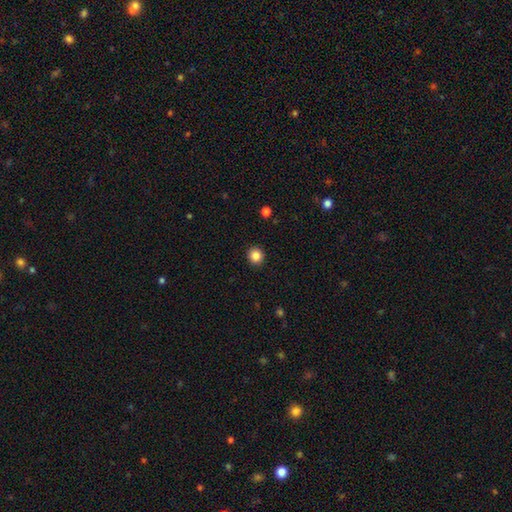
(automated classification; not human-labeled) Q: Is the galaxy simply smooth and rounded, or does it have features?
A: smooth — 85%.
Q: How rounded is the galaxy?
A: round — 93%.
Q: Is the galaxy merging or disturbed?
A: none — 92%.